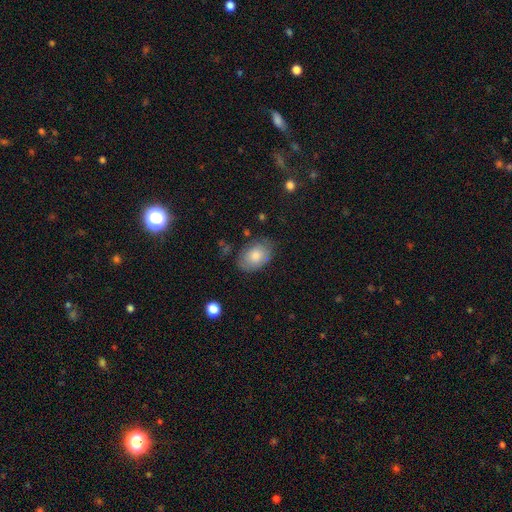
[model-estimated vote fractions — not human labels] A smooth galaxy with no disk features (74%) that is in between round and cigar-shaped (87%).

Vote fractions:
- Smooth or featured? smooth: 74% / featured or disk: 19% / star or artifact: 7%
- How rounded? in between: 87% / round: 12% / cigar-shaped: 1%
- Merging? none: 72% / minor disturbance: 21% / major disturbance: 6% / merger: 2%